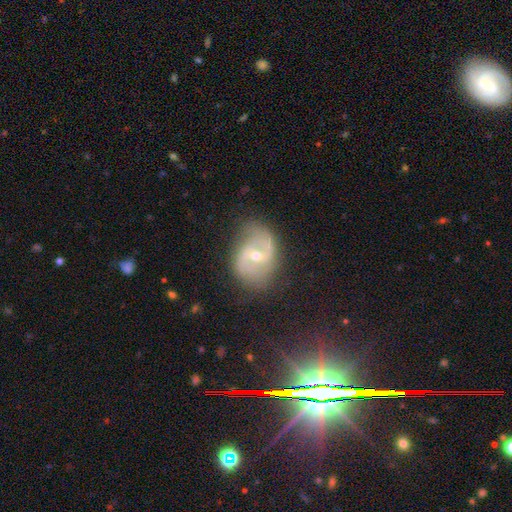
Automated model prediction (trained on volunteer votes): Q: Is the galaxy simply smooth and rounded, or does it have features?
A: featured or disk — 81%.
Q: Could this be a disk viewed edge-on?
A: no — 97%.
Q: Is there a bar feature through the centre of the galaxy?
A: weak — 43%.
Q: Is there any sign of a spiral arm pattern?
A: yes — 92%.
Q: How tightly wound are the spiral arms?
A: medium — 45%.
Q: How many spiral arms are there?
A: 2 — 86%.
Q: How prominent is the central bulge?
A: moderate — 51%.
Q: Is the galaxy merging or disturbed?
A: none — 71%.